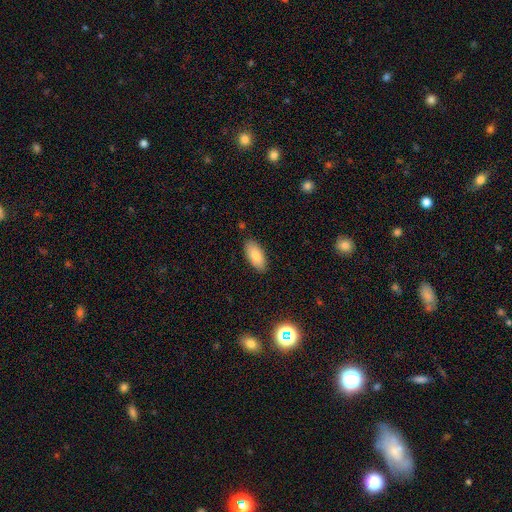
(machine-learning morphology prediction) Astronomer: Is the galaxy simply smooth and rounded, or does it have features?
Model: smooth — 82%.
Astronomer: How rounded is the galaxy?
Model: in between — 90%.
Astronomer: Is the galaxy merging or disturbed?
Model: none — 86%.